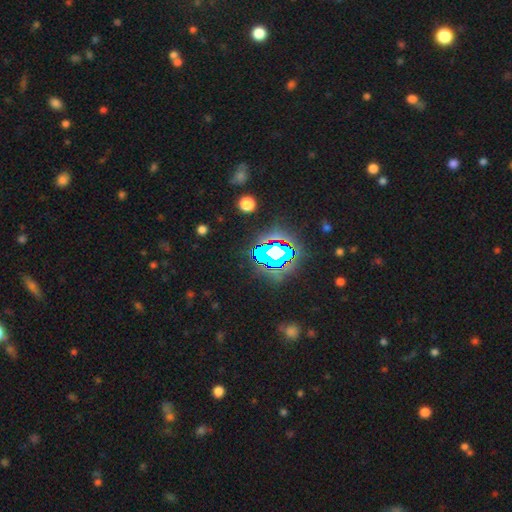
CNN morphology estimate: type=star or artifact (78%).